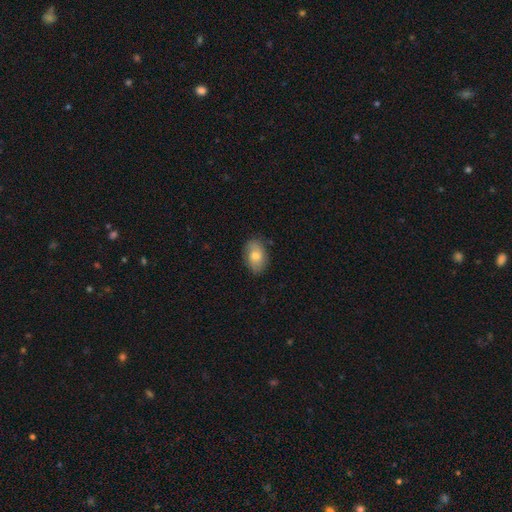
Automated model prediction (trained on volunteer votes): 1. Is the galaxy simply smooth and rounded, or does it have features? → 70% smooth, 23% featured or disk, 7% star or artifact.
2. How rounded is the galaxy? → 86% in between, 13% round, 1% cigar-shaped.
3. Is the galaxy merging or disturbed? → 79% none, 17% minor disturbance, 3% major disturbance, 1% merger.